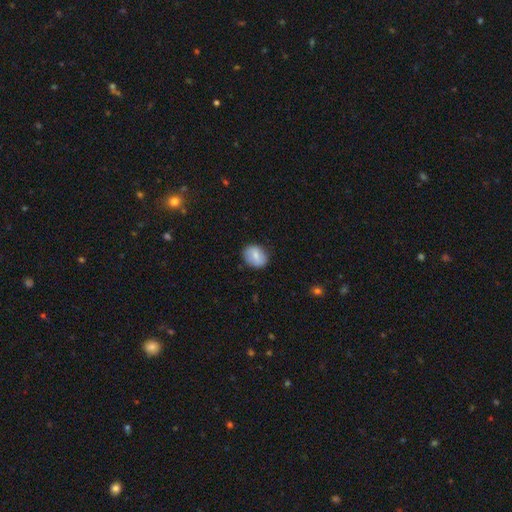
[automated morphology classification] type=smooth (72%); roundness=in between (55%); merging=none (84%).